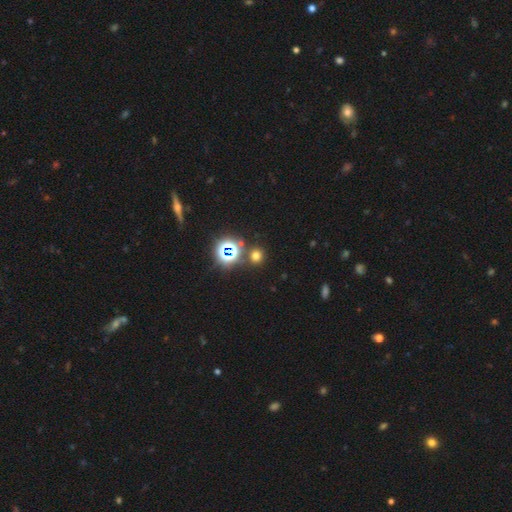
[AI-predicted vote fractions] smooth_or_featured: smooth (p=0.62) [alt: star or artifact p=0.32]
how_rounded: round (p=0.87) [alt: in between p=0.12]
merging: none (p=0.83) [alt: merger p=0.07]